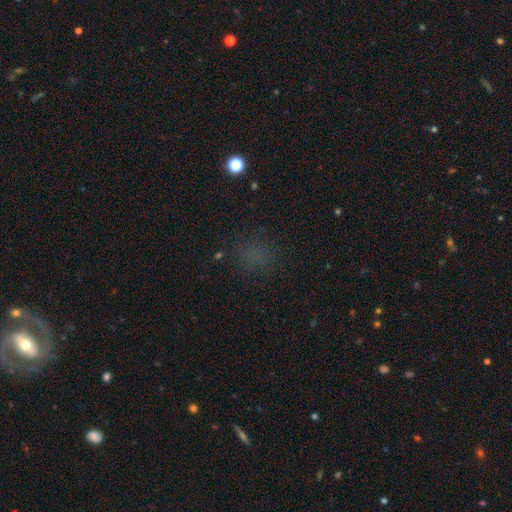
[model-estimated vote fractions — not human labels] Smooth or featured? smooth (60%)
How rounded? round (74%)
Merging? none (77%)